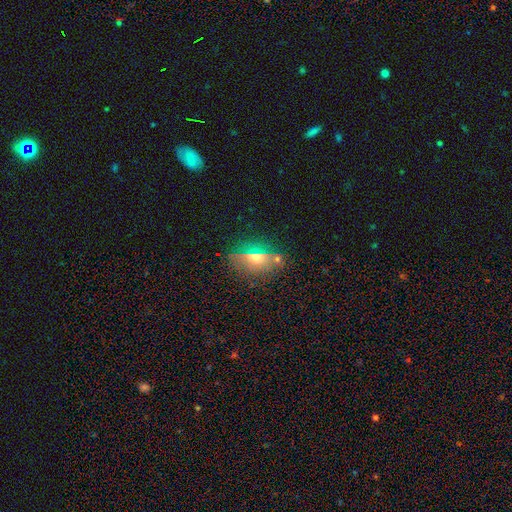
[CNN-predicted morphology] The model was most divided on "smooth or featured": smooth: 47%, featured or disk: 33%, star or artifact: 20%. More confident: merging — none (78%).